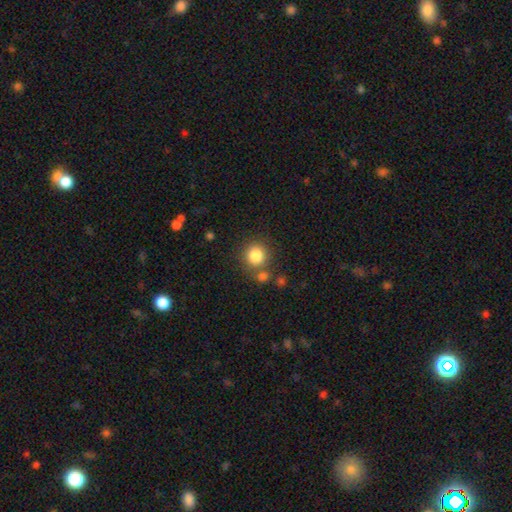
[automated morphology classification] smooth-or-featured: smooth: 82% | star or artifact: 11% | featured or disk: 7%
  how-rounded: round: 92% | in between: 7% | cigar-shaped: 1%
  merging: none: 73% | merger: 13% | minor disturbance: 10% | major disturbance: 4%